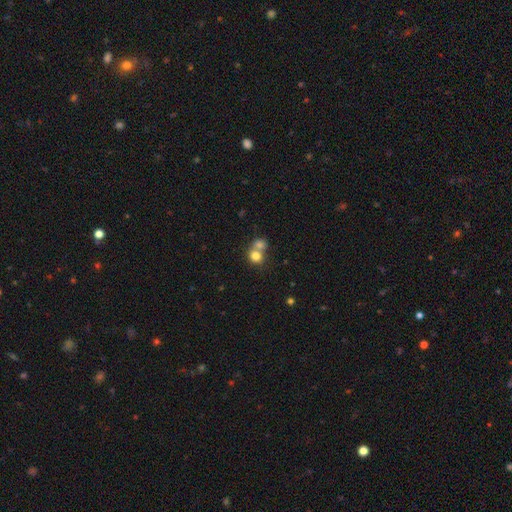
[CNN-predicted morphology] This is likely a smooth galaxy (77%). How rounded: likely round (77%). Merging: possibly merger (59%).